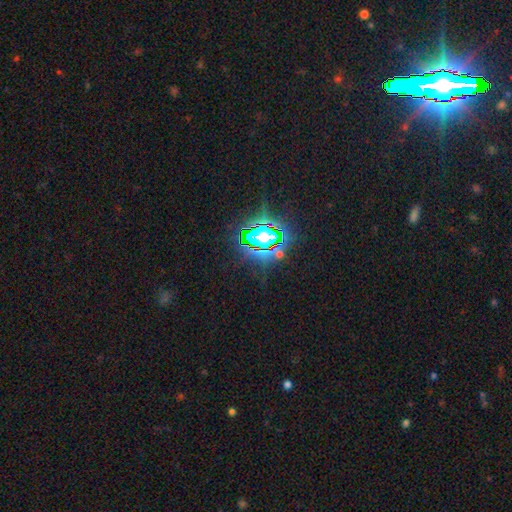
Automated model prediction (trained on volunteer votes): Overall: star or artifact (84%).